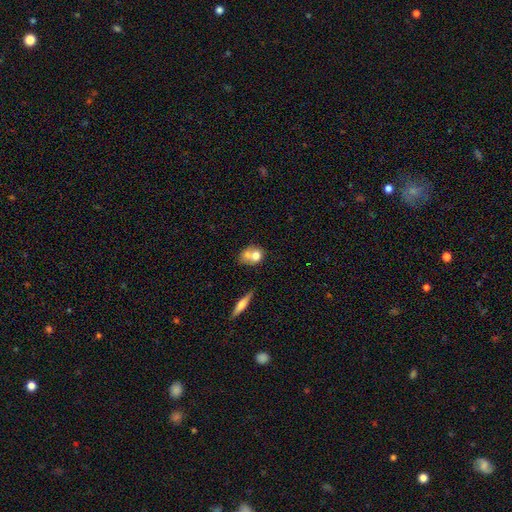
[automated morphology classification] This is likely a smooth galaxy (64%). How rounded: possibly round (50%). Merging: possibly merger (53%).